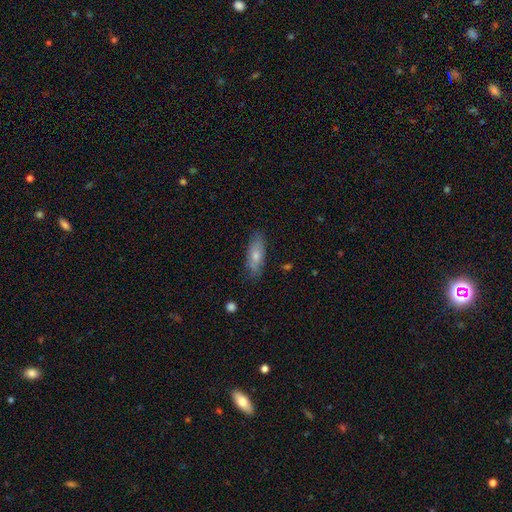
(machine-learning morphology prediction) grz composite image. It shows a smooth galaxy with no disk features (69%) that is in between round and cigar-shaped (66%). Merging: none (79%).